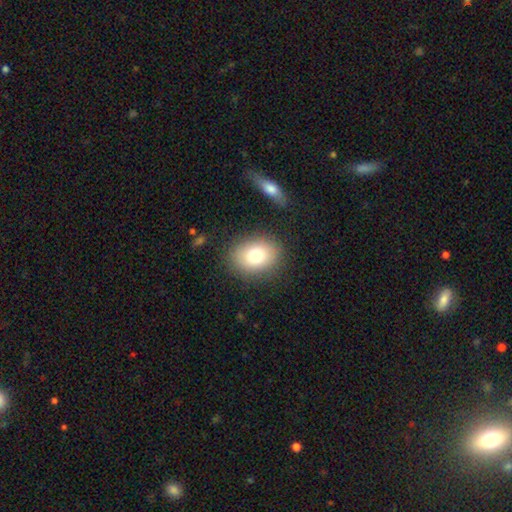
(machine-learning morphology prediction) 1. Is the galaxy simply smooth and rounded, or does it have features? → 77% smooth, 13% featured or disk, 10% star or artifact.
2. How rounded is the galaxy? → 61% in between, 38% round, 1% cigar-shaped.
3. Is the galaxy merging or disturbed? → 83% none, 10% minor disturbance, 4% major disturbance, 2% merger.